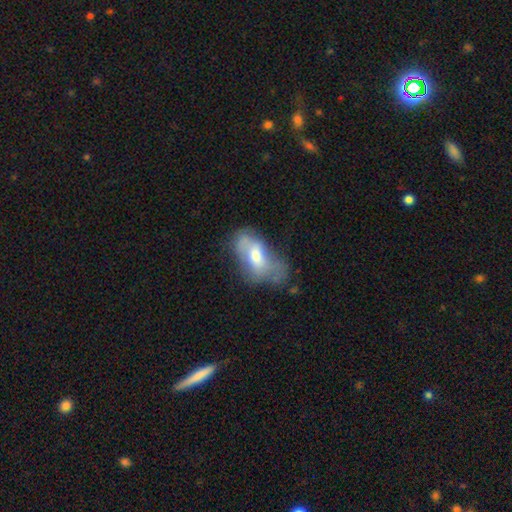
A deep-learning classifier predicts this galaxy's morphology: This appears to be a featured or disk galaxy (46%). Merging: none (36%).